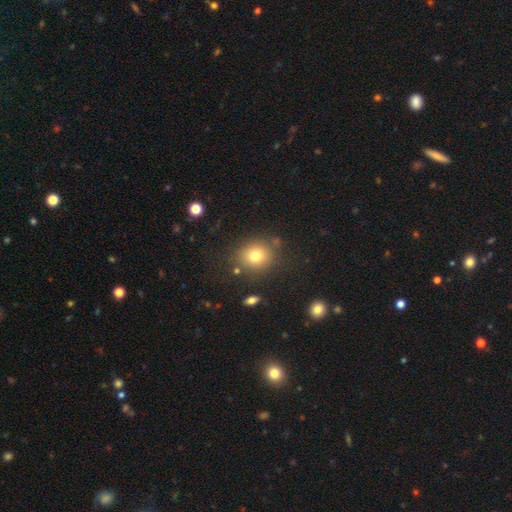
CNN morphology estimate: This is likely a smooth galaxy (77%). How rounded: likely round (77%). Merging: clearly none (81%).